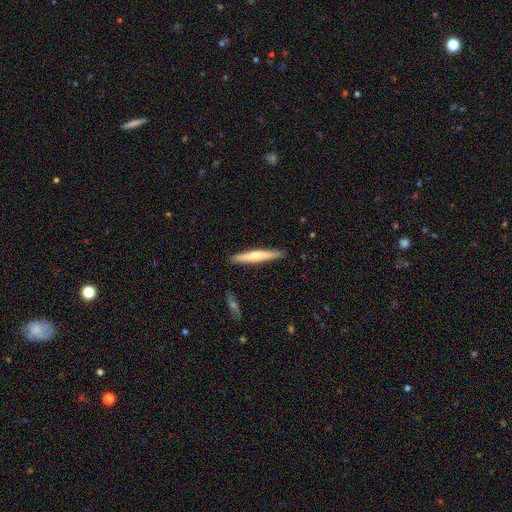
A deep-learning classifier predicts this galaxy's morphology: This appears to be a smooth galaxy with no disk features (54%) that is cigar-shaped (94%). Merging: none (90%).